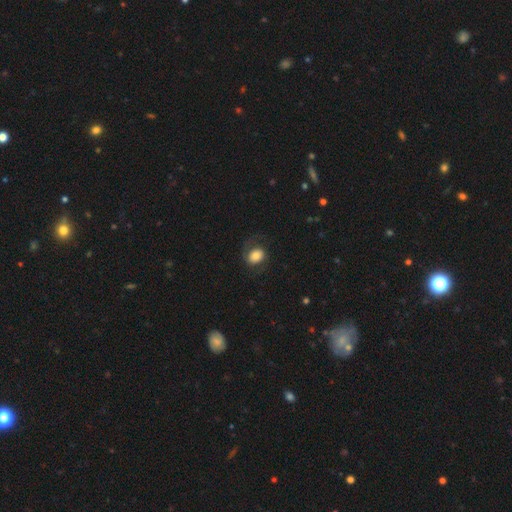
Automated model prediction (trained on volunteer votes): Overall: smooth (57%; featured or disk 35%). How rounded: round (52%; in between 47%). Merging: none (67%).